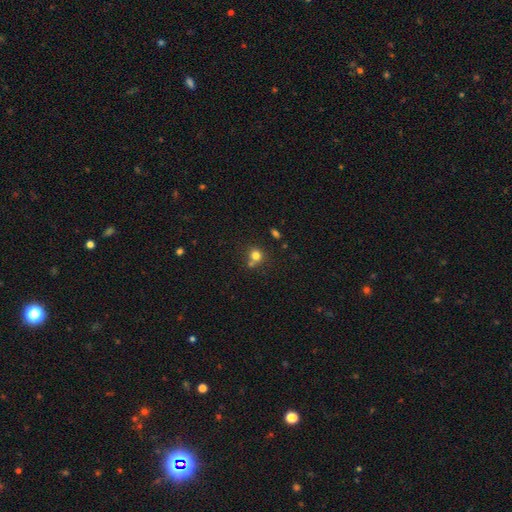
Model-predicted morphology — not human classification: Overall: smooth (78%). How rounded: round (82%). Merging: none (59%; merger 28%).